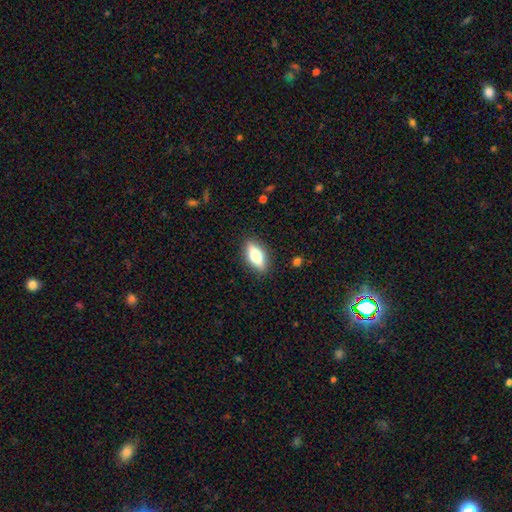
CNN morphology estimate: The model was most divided on "smooth or featured": smooth: 55%, featured or disk: 38%, star or artifact: 7%. More confident: merging — none (88%); how rounded — in between (72%).